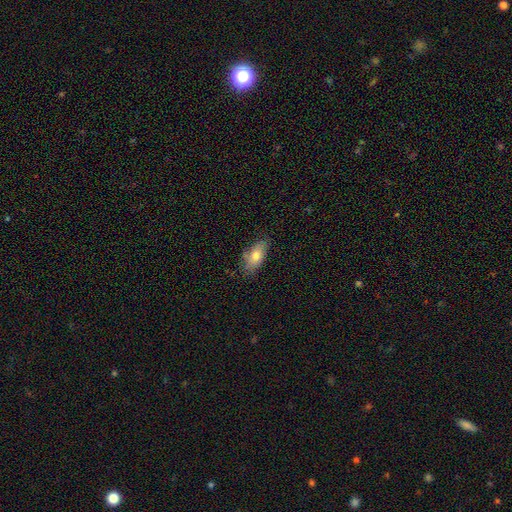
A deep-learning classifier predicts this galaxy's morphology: Smooth or featured? Predicted: smooth (p=0.73). How rounded? Predicted: in between (p=0.86). Merging? Predicted: none (p=0.68).